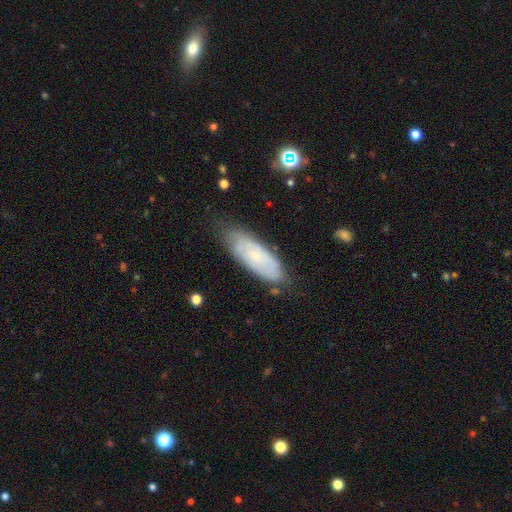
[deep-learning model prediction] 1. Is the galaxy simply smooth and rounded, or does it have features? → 52% featured or disk, 41% smooth, 7% star or artifact.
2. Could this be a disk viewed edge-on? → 84% no, 16% yes.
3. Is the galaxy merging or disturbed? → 69% none, 23% minor disturbance, 6% major disturbance, 2% merger.